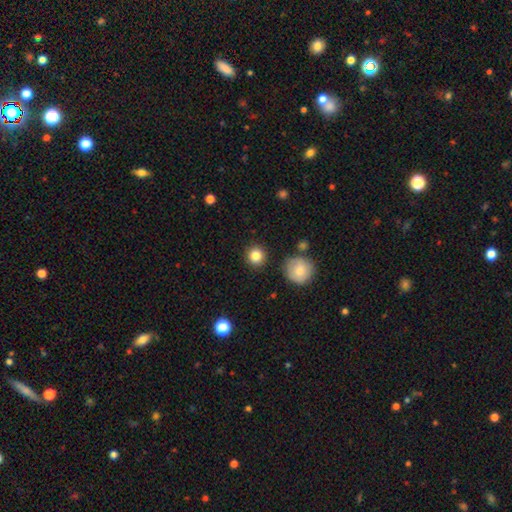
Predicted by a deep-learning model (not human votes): Smooth or featured? smooth (84%)
How rounded? round (93%)
Merging? none (89%)